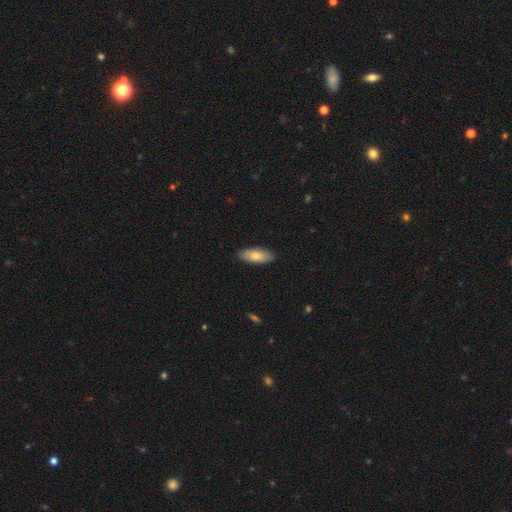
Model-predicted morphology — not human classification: Smooth or featured? smooth (75%)
How rounded? in between (83%)
Merging? none (89%)